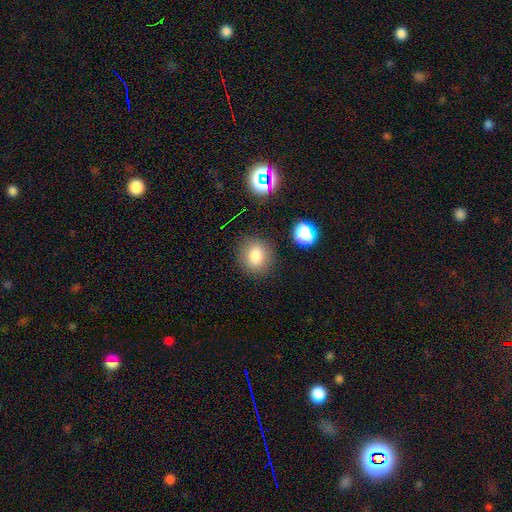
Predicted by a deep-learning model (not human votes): smooth 81%, star or artifact 13%, featured or disk 7%. Down the decision tree: how rounded — round (79%); merging — none (85%).